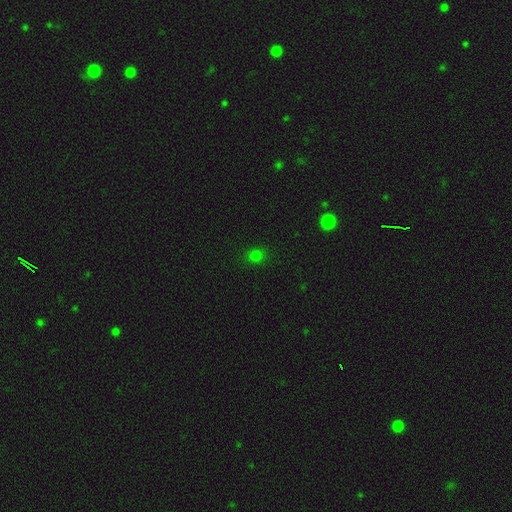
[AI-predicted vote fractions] This is likely a smooth galaxy (75%). How rounded: likely round (79%). Merging: clearly none (87%).